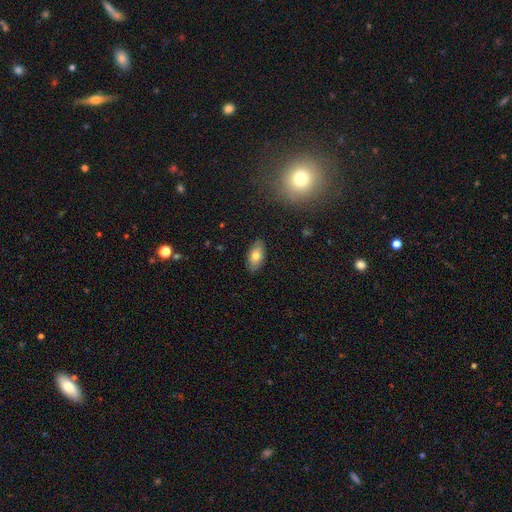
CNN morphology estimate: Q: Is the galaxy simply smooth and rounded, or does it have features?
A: smooth — 74%.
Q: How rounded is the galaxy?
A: in between — 92%.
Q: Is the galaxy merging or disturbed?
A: none — 86%.